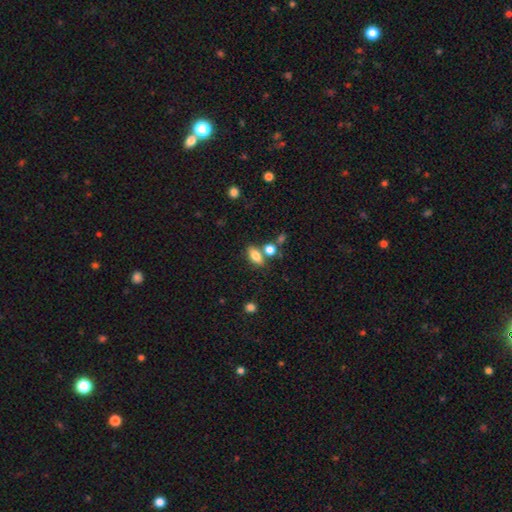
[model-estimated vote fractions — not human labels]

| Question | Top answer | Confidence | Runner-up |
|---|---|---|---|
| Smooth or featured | smooth | 80% | featured or disk (11%) |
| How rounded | in between | 83% | round (10%) |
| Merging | none | 64% | merger (20%) |